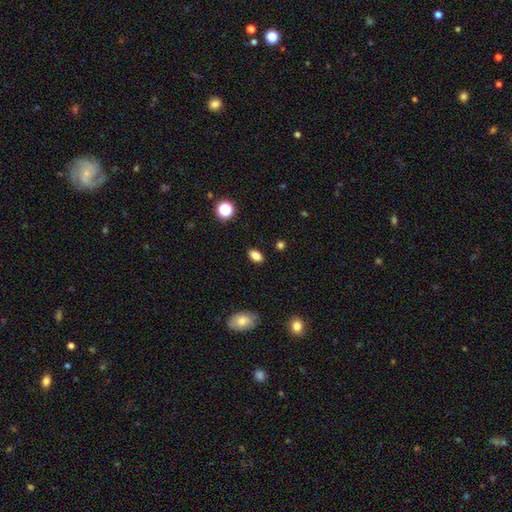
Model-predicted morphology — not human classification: Smooth or featured: smooth — 83% (star or artifact — 11%)
How rounded: in between — 88% (round — 9%)
Merging: none — 87% (minor disturbance — 9%)